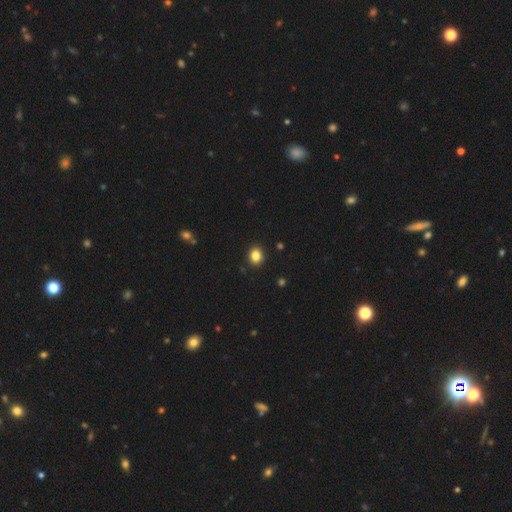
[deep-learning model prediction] A smooth galaxy with no disk features (84%) that is round (66%).

Vote fractions:
- Smooth or featured? smooth: 84% / star or artifact: 11% / featured or disk: 5%
- How rounded? round: 66% / in between: 33% / cigar-shaped: 1%
- Merging? none: 91% / minor disturbance: 6% / major disturbance: 2% / merger: 1%